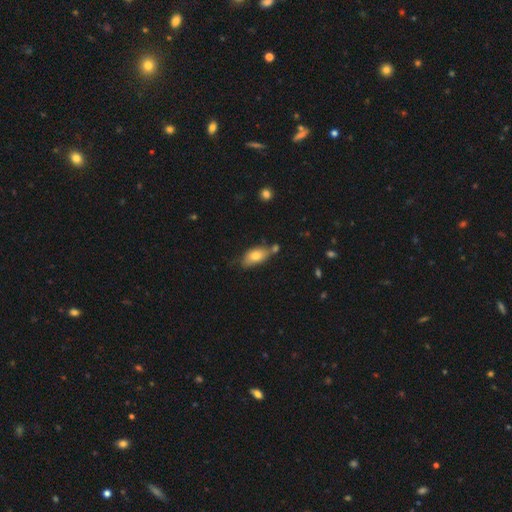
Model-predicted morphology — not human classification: Overall: smooth (76%). How rounded: in between (89%). Merging: none (56%; minor disturbance 21%).